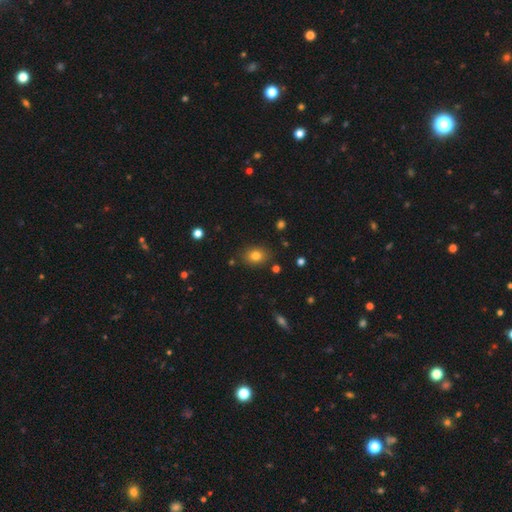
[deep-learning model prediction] smooth_or_featured: smooth (p=0.80) [alt: star or artifact p=0.12]
how_rounded: in between (p=0.61) [alt: round p=0.38]
merging: none (p=0.85) [alt: minor disturbance p=0.10]